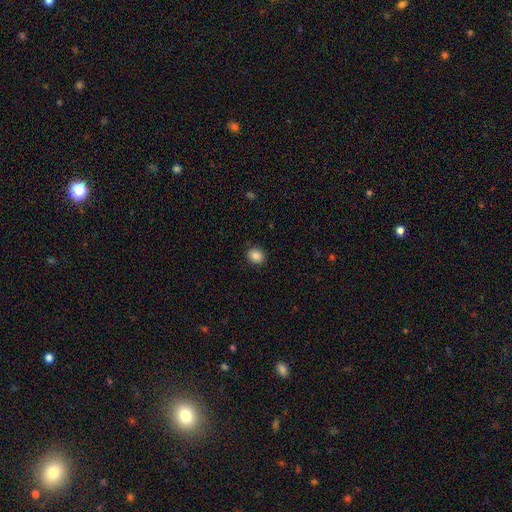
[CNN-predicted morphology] This appears to be a smooth galaxy with no disk features (85%) that is round (71%). Merging: none (90%).